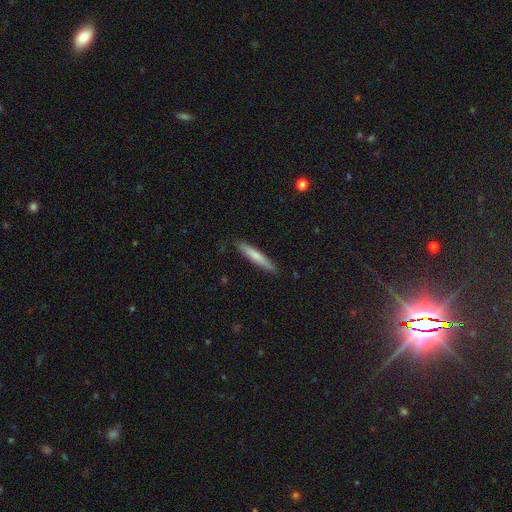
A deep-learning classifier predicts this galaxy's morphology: Smooth or featured?
  - smooth: 70% *
  - featured or disk: 25%
  - star or artifact: 6%
How rounded?
  - cigar-shaped: 93% *
  - in between: 6%
  - round: 1%
Merging?
  - none: 89% *
  - minor disturbance: 8%
  - major disturbance: 2%
  - merger: 1%